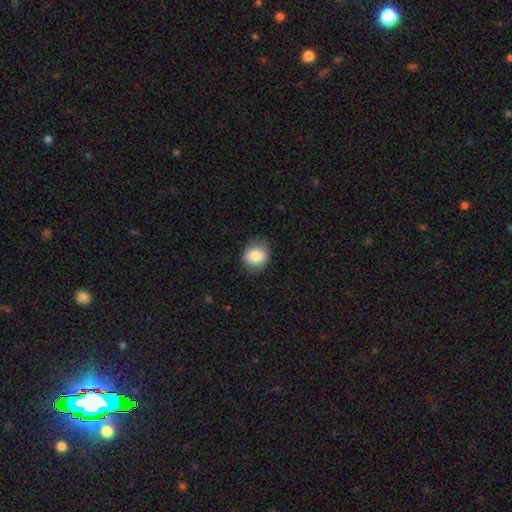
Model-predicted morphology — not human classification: The model was most divided on "how rounded": round: 59%, in between: 40%, cigar-shaped: 1%. More confident: smooth or featured — smooth (83%); merging — none (80%).